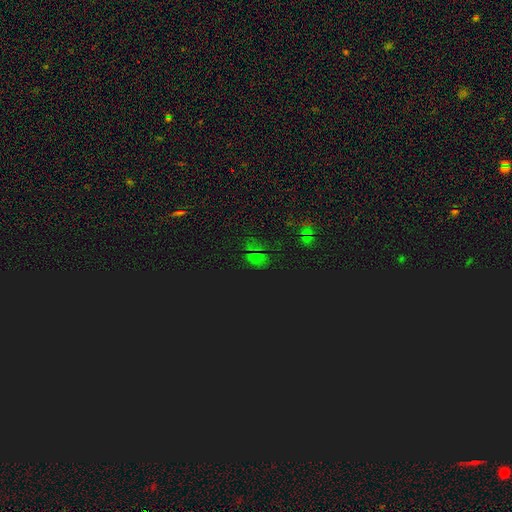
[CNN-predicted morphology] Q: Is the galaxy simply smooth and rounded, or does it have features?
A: star or artifact — 64%.